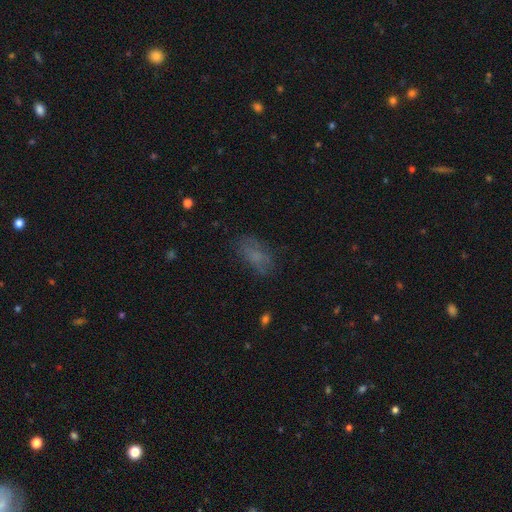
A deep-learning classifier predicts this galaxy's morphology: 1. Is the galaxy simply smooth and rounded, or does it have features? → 67% smooth, 19% featured or disk, 14% star or artifact.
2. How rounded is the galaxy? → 88% in between, 6% cigar-shaped, 6% round.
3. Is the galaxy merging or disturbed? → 68% none, 20% minor disturbance, 11% major disturbance, 2% merger.